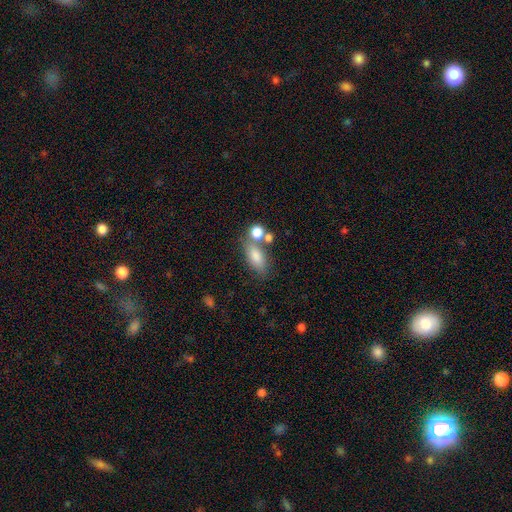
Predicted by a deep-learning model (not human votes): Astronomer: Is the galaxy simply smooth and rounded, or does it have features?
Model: smooth — 78%.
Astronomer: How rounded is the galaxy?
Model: in between — 79%.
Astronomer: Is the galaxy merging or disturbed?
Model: none — 54%.